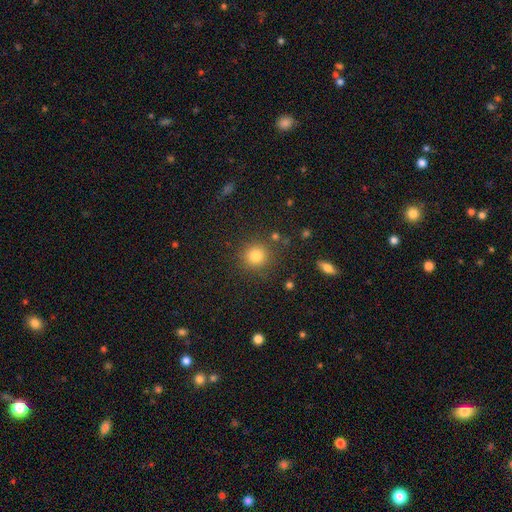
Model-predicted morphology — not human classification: A smooth galaxy with no disk features (82%) that is round (90%).

Vote fractions:
- Smooth or featured? smooth: 82% / star or artifact: 13% / featured or disk: 5%
- How rounded? round: 90% / in between: 9% / cigar-shaped: 1%
- Merging? none: 85% / minor disturbance: 8% / major disturbance: 4% / merger: 3%